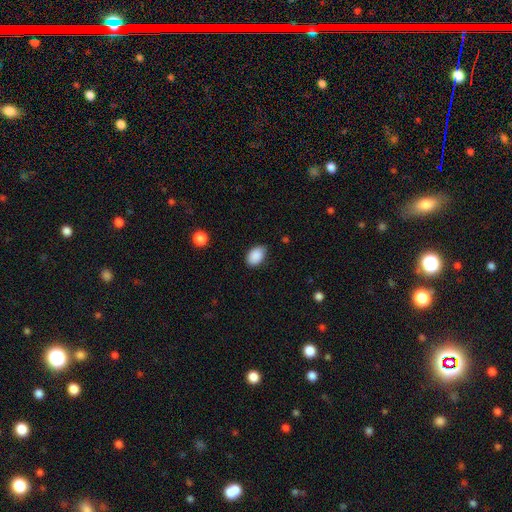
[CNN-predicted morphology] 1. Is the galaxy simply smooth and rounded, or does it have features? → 89% smooth, 7% star or artifact, 4% featured or disk.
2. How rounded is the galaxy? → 84% in between, 15% round, 1% cigar-shaped.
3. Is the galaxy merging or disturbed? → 75% none, 21% minor disturbance, 3% major disturbance, 1% merger.